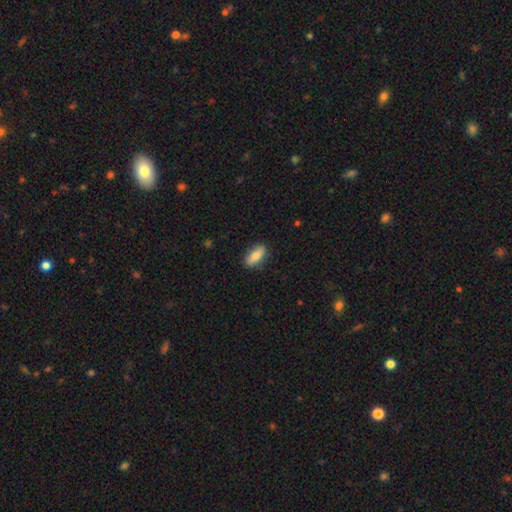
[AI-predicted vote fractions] A smooth galaxy with no disk features (76%) that is in between round and cigar-shaped (74%). Merging: none (86%).